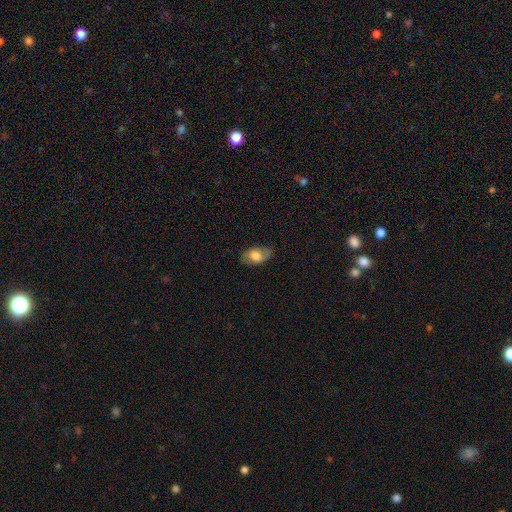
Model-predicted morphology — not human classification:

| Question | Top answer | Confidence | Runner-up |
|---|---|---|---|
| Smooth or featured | smooth | 65% | featured or disk (27%) |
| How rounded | in between | 89% | round (9%) |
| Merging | none | 78% | minor disturbance (17%) |